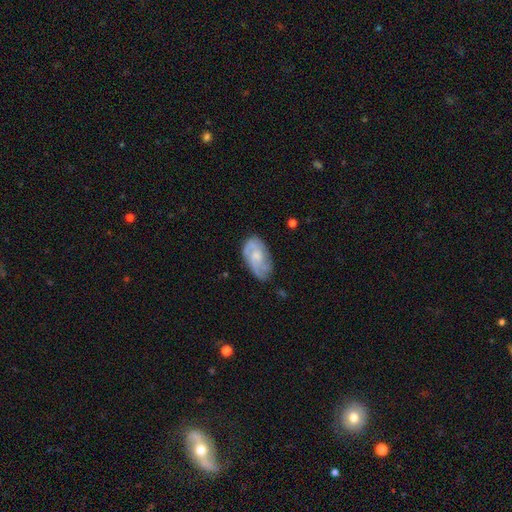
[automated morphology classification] Overall: featured or disk (62%; smooth 32%). Edge-on disk: no (96%). Bar: no (69%). Spiral arms: yes (86%). Spiral arm count: can't tell (33%; 2 32%). Spiral winding: tight (43%; medium 41%). Bulge size: moderate (40%, tied with small). Merging: none (68%).